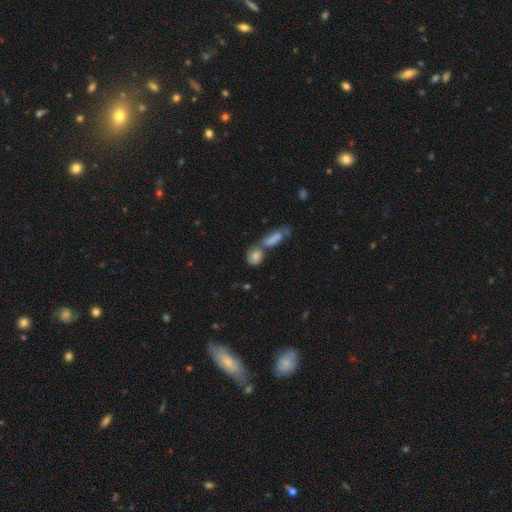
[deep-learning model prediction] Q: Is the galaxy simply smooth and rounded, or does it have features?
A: smooth — 69%.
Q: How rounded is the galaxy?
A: in between — 47%.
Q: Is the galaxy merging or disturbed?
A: merger — 42%.